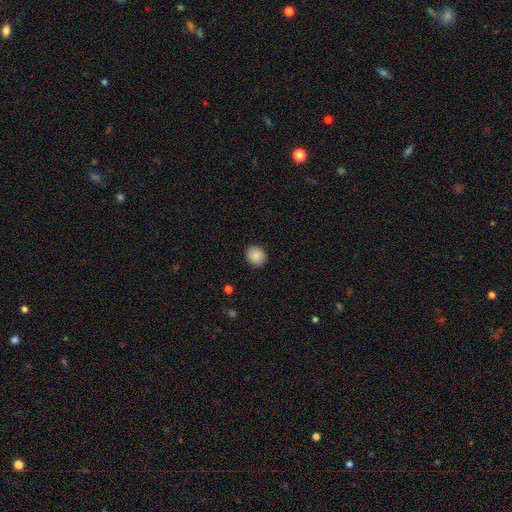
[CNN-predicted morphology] Smooth or featured? smooth (89%)
How rounded? round (78%)
Merging? none (90%)